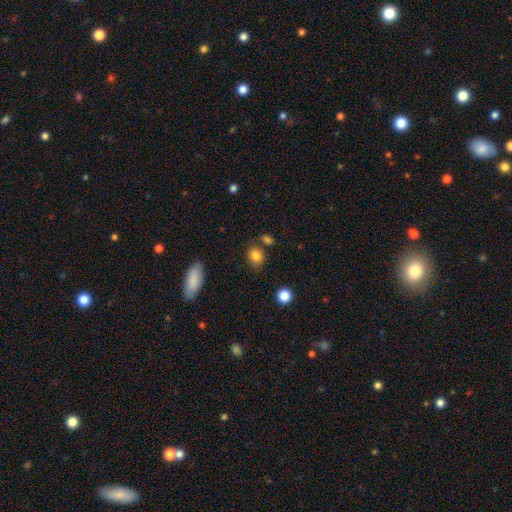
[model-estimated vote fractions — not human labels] Smooth or featured? Predicted: smooth (p=0.84). How rounded? Predicted: round (p=0.63). Merging? Predicted: none (p=0.75).